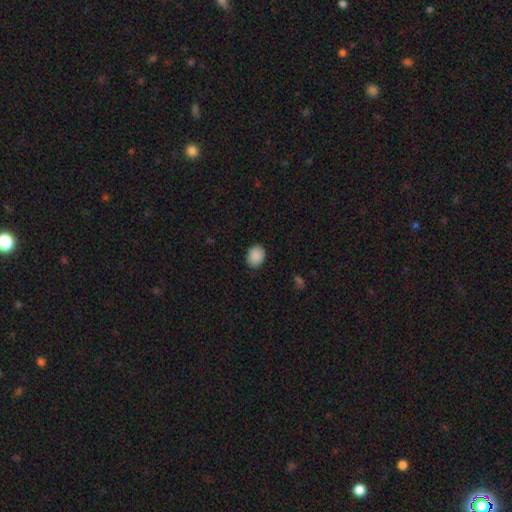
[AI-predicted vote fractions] A smooth galaxy with no disk features (89%) that is in between round and cigar-shaped (54%).

Vote fractions:
- Smooth or featured? smooth: 89% / star or artifact: 8% / featured or disk: 3%
- How rounded? in between: 54% / round: 45% / cigar-shaped: 1%
- Merging? none: 86% / minor disturbance: 11% / major disturbance: 2% / merger: 1%